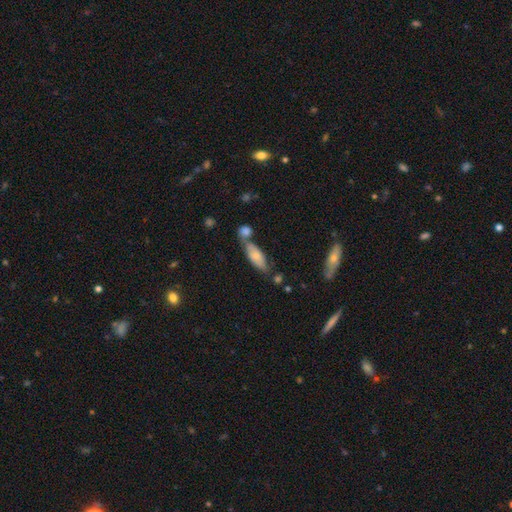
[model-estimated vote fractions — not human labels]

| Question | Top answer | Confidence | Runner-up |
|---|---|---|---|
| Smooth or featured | smooth | 71% | featured or disk (22%) |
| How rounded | in between | 72% | cigar-shaped (25%) |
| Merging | none | 46% | merger (31%) |